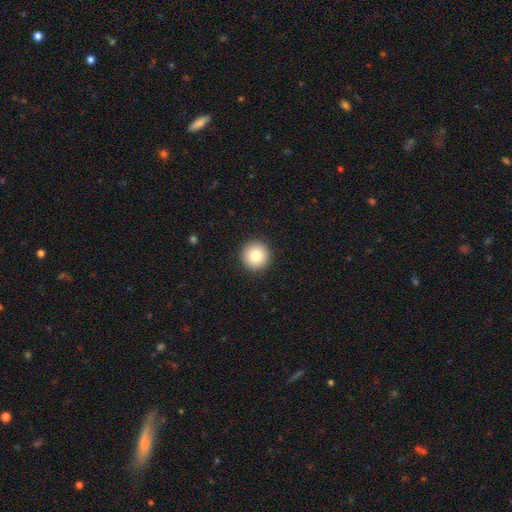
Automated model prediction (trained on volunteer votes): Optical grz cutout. It shows a smooth galaxy with no disk features (81%) that is round (96%). Merging: none (93%).